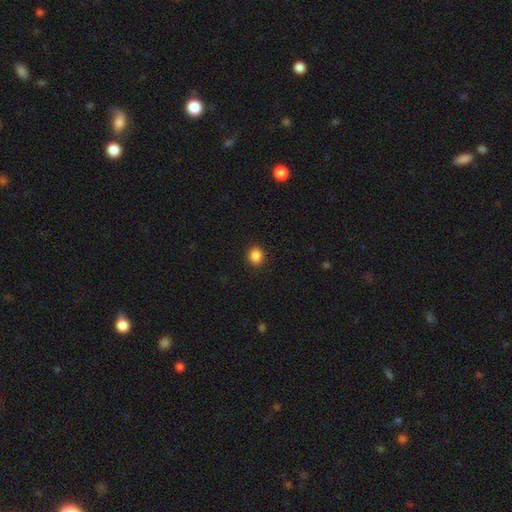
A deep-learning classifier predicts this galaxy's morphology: Q: Smooth or featured?
A: smooth (87%); runner-up: star or artifact (10%)
Q: How rounded?
A: round (80%); runner-up: in between (19%)
Q: Merging?
A: none (91%); runner-up: minor disturbance (6%)